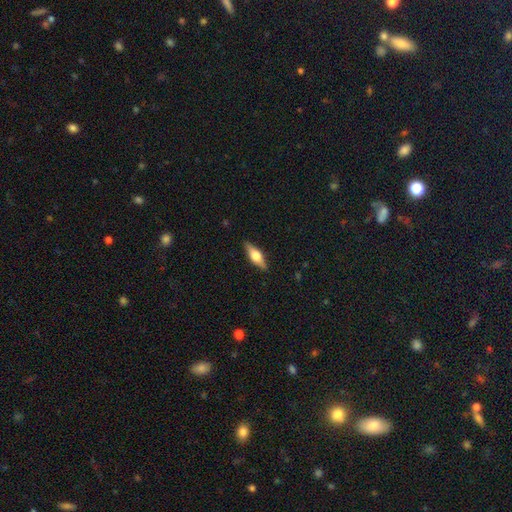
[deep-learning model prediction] featured or disk 48%, smooth 46%, star or artifact 6%. Down the decision tree: merging — none (88%).